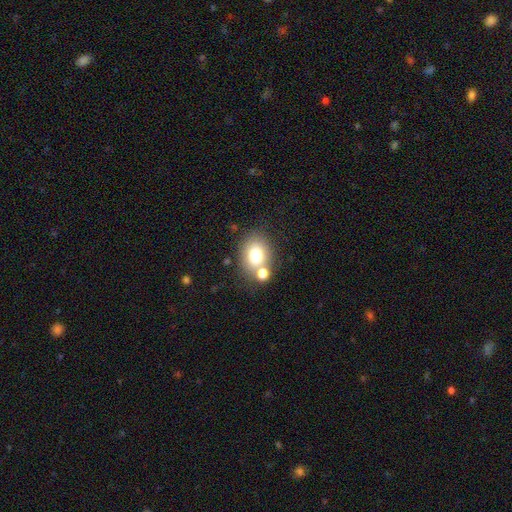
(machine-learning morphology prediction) Smooth or featured? Predicted: smooth (p=0.75). How rounded? Predicted: in between (p=0.52). Merging? Predicted: none (p=0.63).